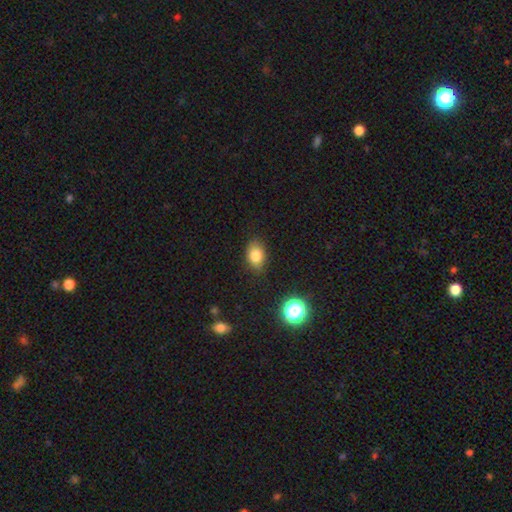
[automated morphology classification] Smooth or featured? Predicted: smooth (p=0.81). How rounded? Predicted: in between (p=0.77). Merging? Predicted: none (p=0.83).